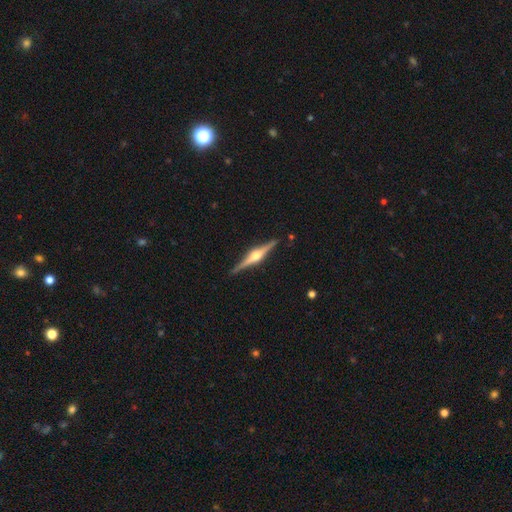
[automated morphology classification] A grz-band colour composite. It shows a featured or disk galaxy (85%) viewed edge-on (98%) with a rounded central bulge (94%). Merging: none (90%).